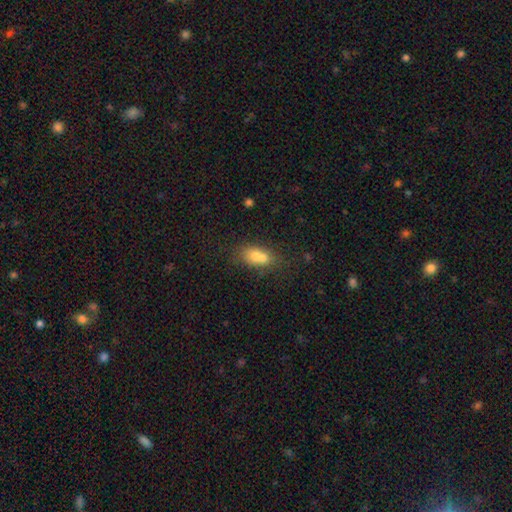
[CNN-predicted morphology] smooth 67%, featured or disk 21%, star or artifact 12%. Down the decision tree: how rounded — in between (68%); merging — merger (55%).